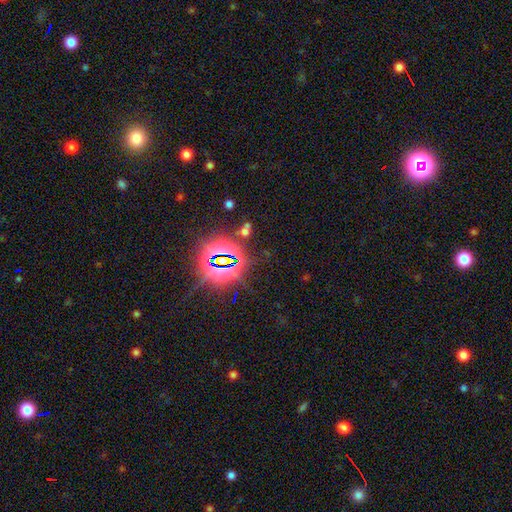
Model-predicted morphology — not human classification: star or artifact 81%, smooth 11%, featured or disk 8%.